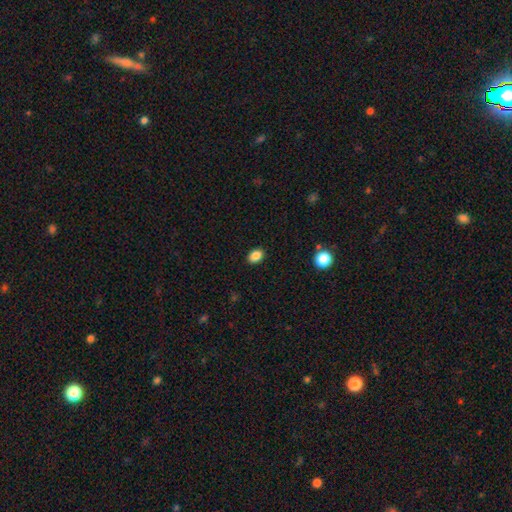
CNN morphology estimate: This appears to be a smooth galaxy with no disk features (87%) that is in between round and cigar-shaped (79%). Merging: none (90%).